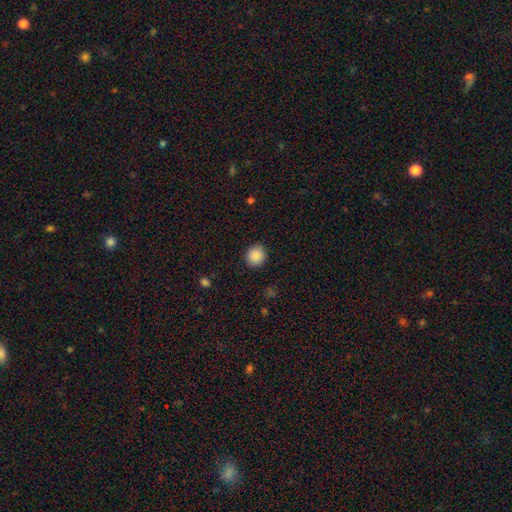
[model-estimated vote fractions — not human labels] A smooth galaxy with no disk features (89%) that is round (80%). Merging: none (89%).